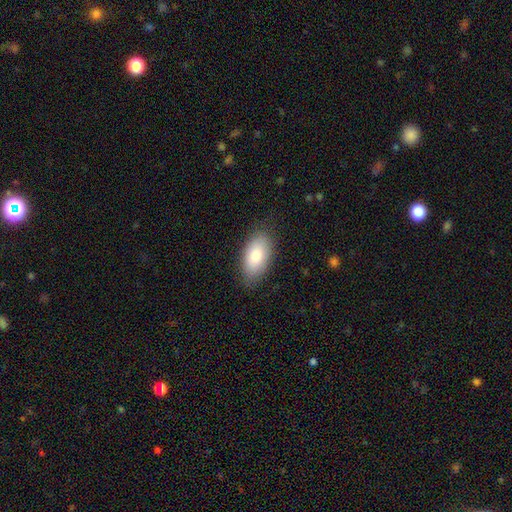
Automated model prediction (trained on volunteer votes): Morphology: type=smooth (82%); roundness=in between (93%); merging=none (84%).